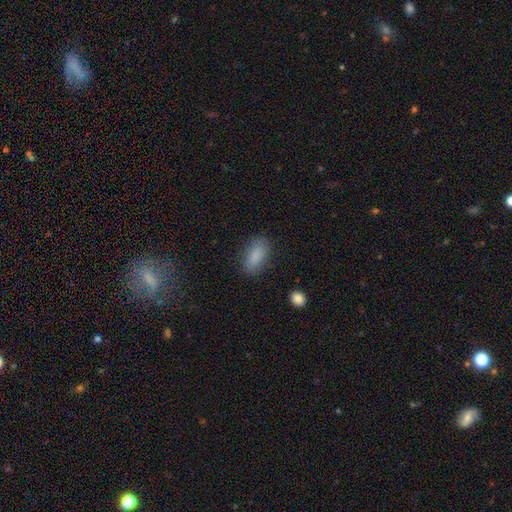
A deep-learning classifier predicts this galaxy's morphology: smooth-or-featured: smooth: 87% | star or artifact: 8% | featured or disk: 5%
  how-rounded: in between: 87% | cigar-shaped: 9% | round: 4%
  merging: none: 82% | minor disturbance: 13% | major disturbance: 4% | merger: 1%